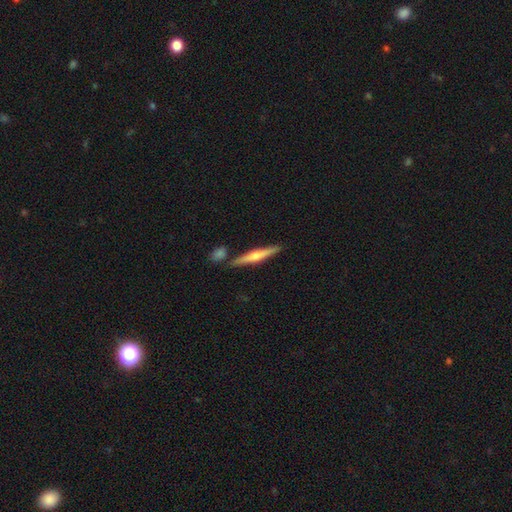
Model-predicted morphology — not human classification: Overall: featured or disk (57%; smooth 37%). Edge-on disk: yes (97%). Edge-on bulge: rounded (83%). Merging: none (81%).